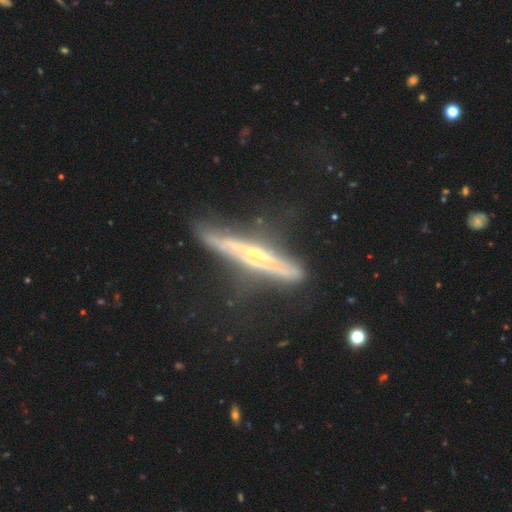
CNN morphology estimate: This is likely a featured or disk galaxy (78%). It is clearly viewed edge-on (87%). Edge-on bulge: possibly rounded (54%). Merging: possibly none (59%).